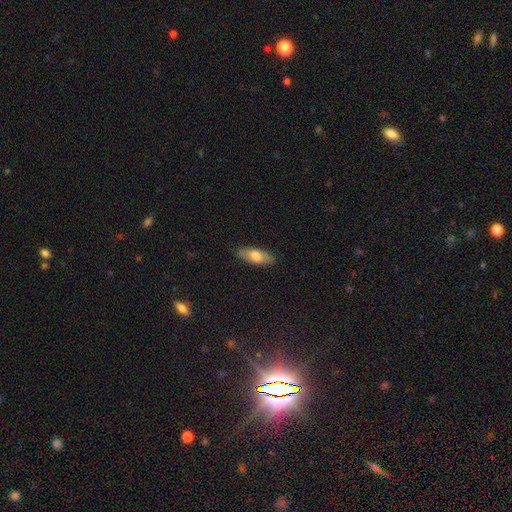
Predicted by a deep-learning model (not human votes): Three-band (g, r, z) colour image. It shows a smooth galaxy with no disk features (71%) that is in between round and cigar-shaped (73%). Merging: none (85%).